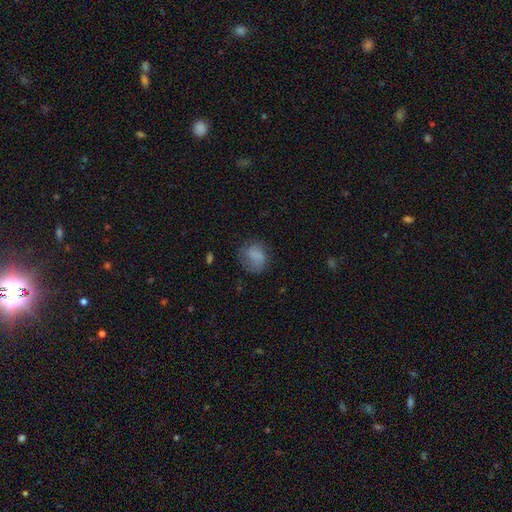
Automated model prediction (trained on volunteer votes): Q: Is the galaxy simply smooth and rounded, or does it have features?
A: smooth — 72%.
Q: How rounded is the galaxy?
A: round — 64%.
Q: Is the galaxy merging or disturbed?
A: none — 60%.